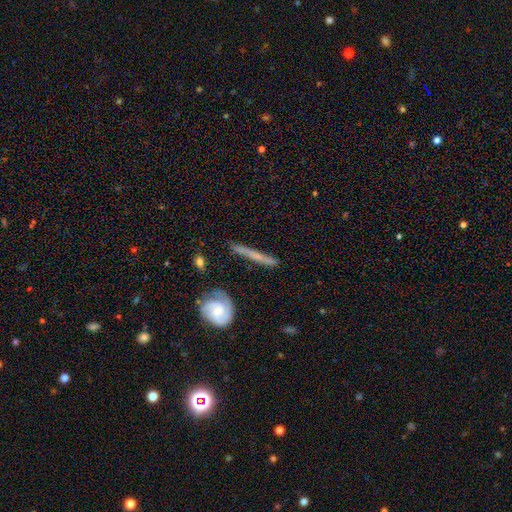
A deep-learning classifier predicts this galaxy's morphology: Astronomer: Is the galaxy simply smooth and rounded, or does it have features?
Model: featured or disk — 59% (runner-up: smooth, 34%).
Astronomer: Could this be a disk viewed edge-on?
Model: yes — 80%.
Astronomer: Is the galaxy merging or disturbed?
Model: none — 80%.